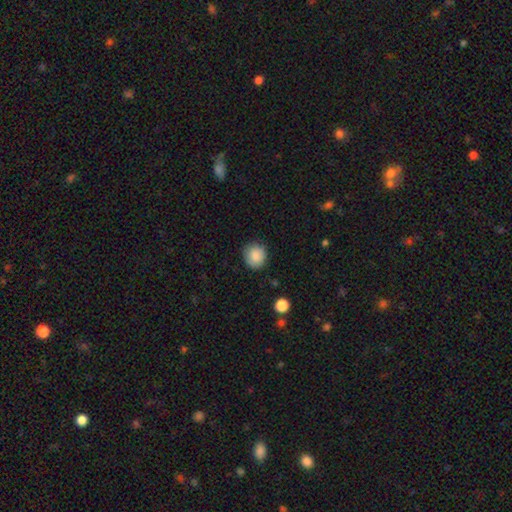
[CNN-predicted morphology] This is clearly a smooth galaxy (87%). How rounded: clearly round (87%). Merging: clearly none (83%).